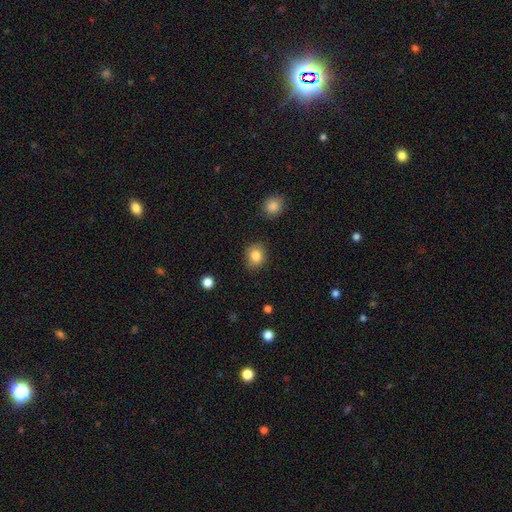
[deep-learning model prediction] This is clearly a smooth galaxy (84%). How rounded: likely round (68%). Merging: clearly none (84%).